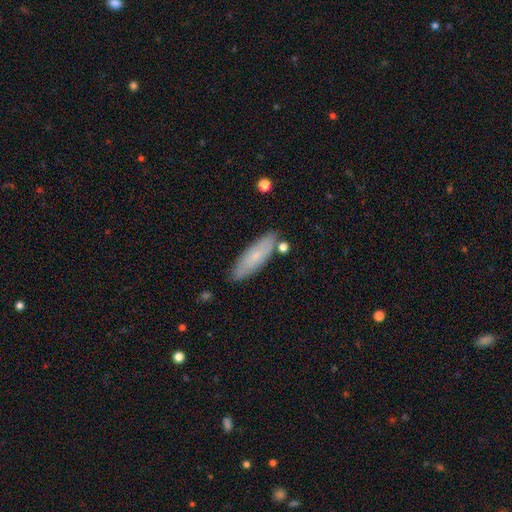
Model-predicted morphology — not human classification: The model was most divided on "how rounded": cigar-shaped: 52%, in between: 46%, round: 2%. More confident: merging — none (80%); smooth or featured — smooth (65%).